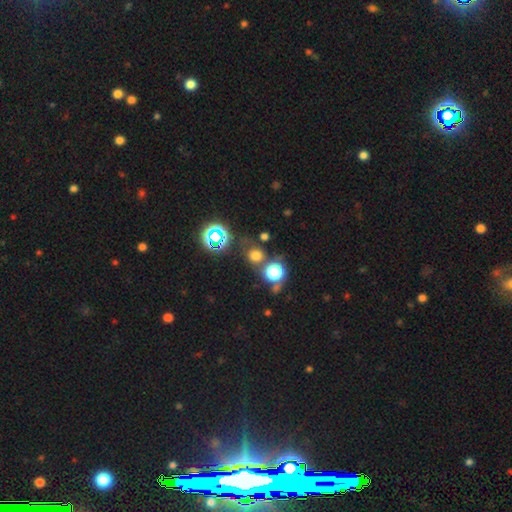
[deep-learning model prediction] Q: Smooth or featured?
A: smooth (64%); runner-up: star or artifact (28%)
Q: How rounded?
A: round (84%); runner-up: in between (15%)
Q: Merging?
A: none (64%); runner-up: merger (20%)